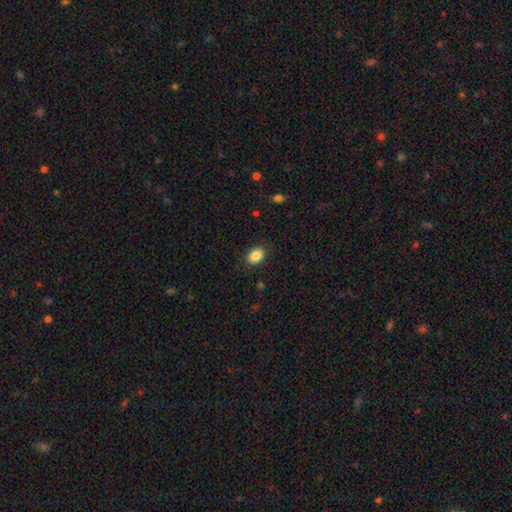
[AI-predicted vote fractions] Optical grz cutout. It shows a smooth galaxy with no disk features (87%) that is in between round and cigar-shaped (69%). Merging: none (88%).